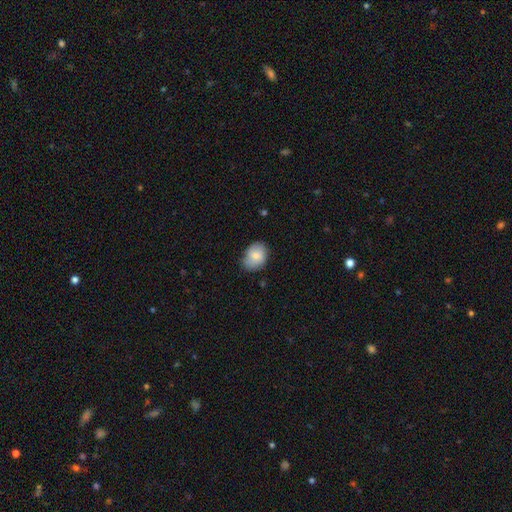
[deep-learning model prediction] The model was most divided on "how rounded": in between: 63%, round: 36%, cigar-shaped: 1%. More confident: smooth or featured — smooth (78%); merging — none (69%).